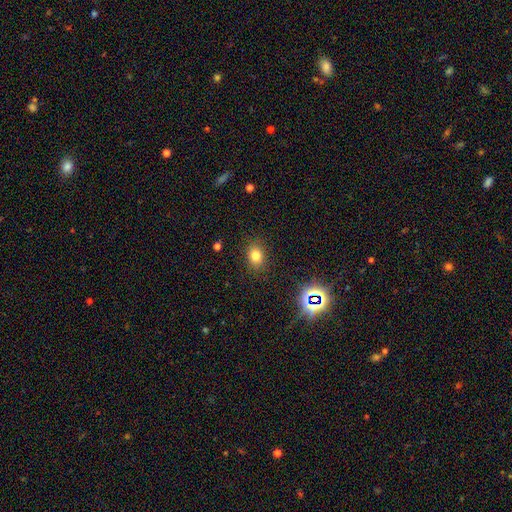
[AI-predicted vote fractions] smooth 77%, star or artifact 16%, featured or disk 7%. Down the decision tree: how rounded — in between (57%); merging — none (86%).